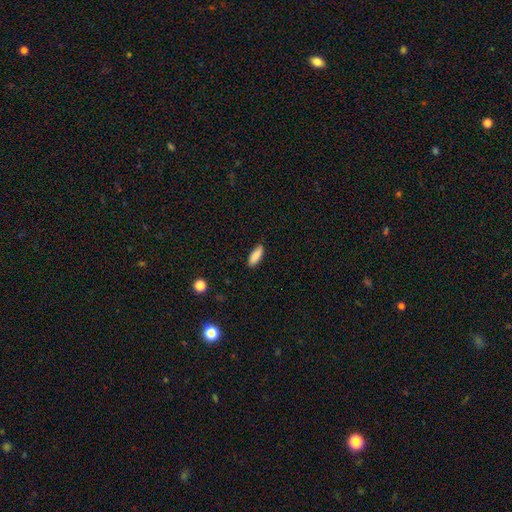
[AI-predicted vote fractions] Q: Smooth or featured?
A: smooth (85%); runner-up: featured or disk (8%)
Q: How rounded?
A: in between (62%); runner-up: cigar-shaped (36%)
Q: Merging?
A: none (83%); runner-up: minor disturbance (14%)